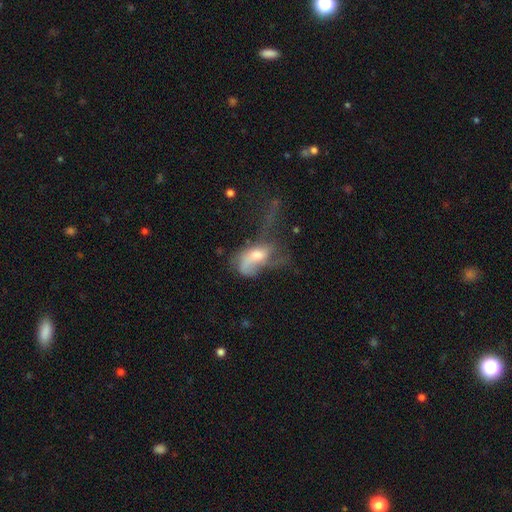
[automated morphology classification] Overall: featured or disk (47%; smooth 43%). Merging: major disturbance (58%).